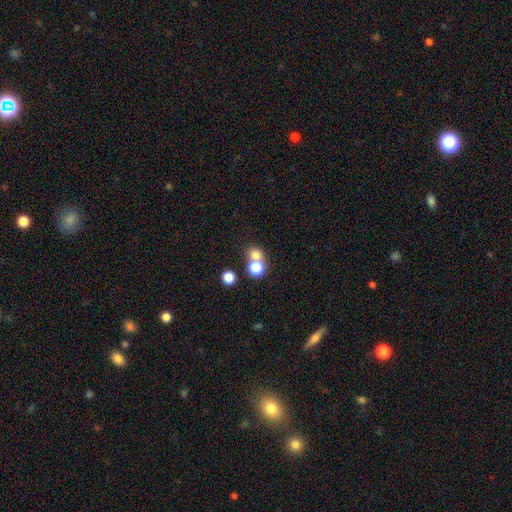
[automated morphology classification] smooth-or-featured: smooth: 74% | star or artifact: 16% | featured or disk: 10%
  how-rounded: round: 78% | in between: 21% | cigar-shaped: 1%
  merging: merger: 46% | none: 45% | minor disturbance: 6% | major disturbance: 3%